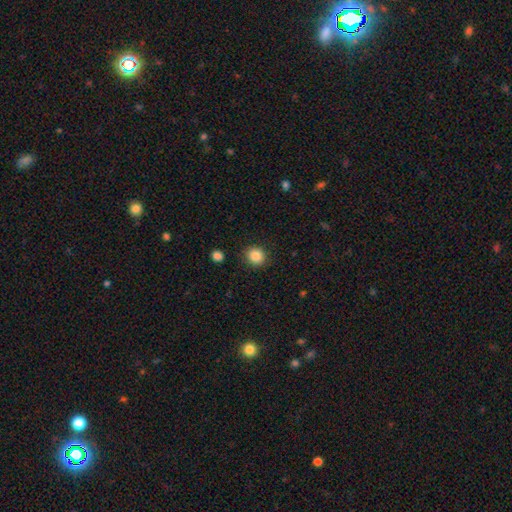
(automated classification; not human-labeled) smooth-or-featured: smooth: 86% | star or artifact: 10% | featured or disk: 4%
  how-rounded: round: 88% | in between: 11% | cigar-shaped: 1%
  merging: none: 89% | minor disturbance: 7% | major disturbance: 2% | merger: 2%